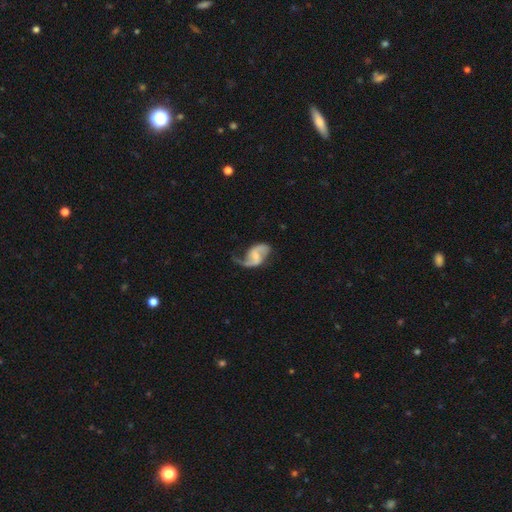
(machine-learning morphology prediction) featured or disk 86%, smooth 9%, star or artifact 5%. Down the decision tree: edge-on disk — no (98%); bar — weak (47%); spiral arms — yes (95%); spiral arm count — 2 (86%); spiral winding — loose (64%); bulge size — small (47%); merging — none (55%).